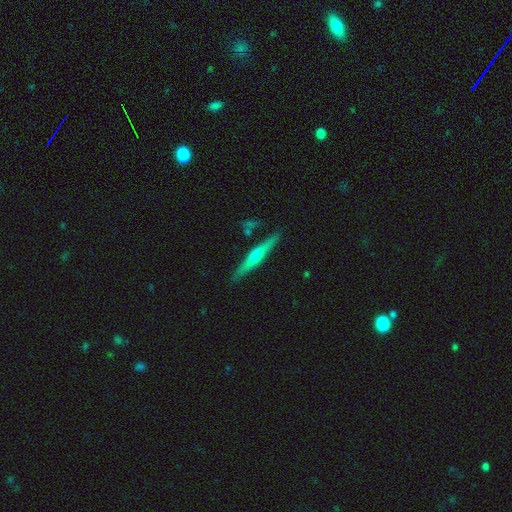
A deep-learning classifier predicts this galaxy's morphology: featured or disk 62%, smooth 32%, star or artifact 6%. Down the decision tree: edge-on disk — yes (96%); edge-on bulge — rounded (80%); merging — none (86%).